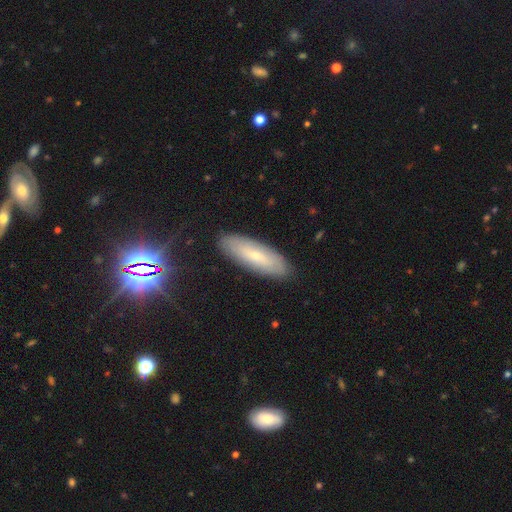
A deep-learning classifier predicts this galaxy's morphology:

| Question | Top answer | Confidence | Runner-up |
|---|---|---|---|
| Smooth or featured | smooth | 57% | featured or disk (33%) |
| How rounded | in between | 54% | cigar-shaped (44%) |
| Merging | none | 86% | minor disturbance (10%) |